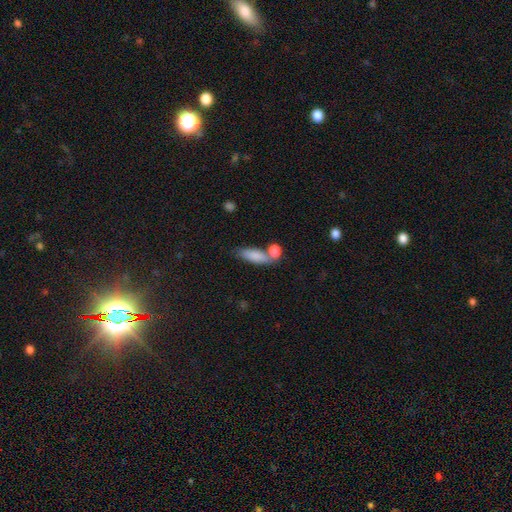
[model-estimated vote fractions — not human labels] Smooth or featured: smooth — 83% (featured or disk — 10%)
How rounded: in between — 67% (cigar-shaped — 29%)
Merging: none — 51% (merger — 30%)